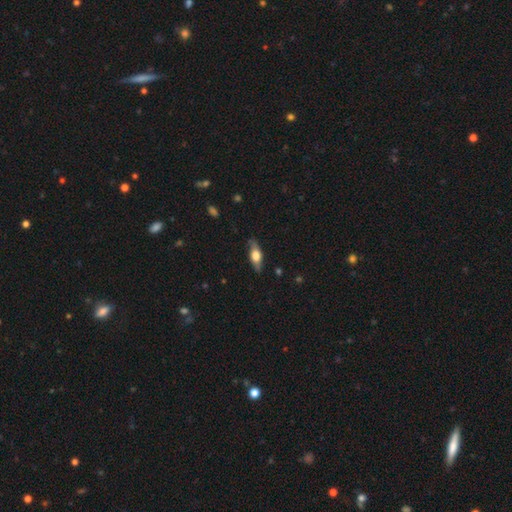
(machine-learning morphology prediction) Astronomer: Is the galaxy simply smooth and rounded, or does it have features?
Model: smooth — 50% (runner-up: featured or disk, 44%).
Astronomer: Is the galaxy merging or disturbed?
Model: none — 80%.